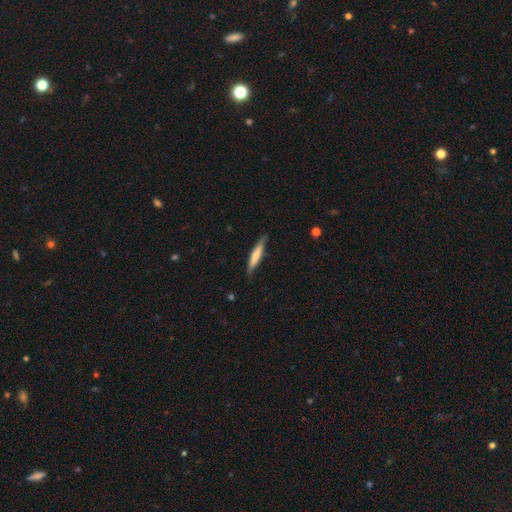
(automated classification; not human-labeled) Q: Smooth or featured?
A: smooth (61%); runner-up: featured or disk (34%)
Q: How rounded?
A: cigar-shaped (91%); runner-up: in between (7%)
Q: Merging?
A: none (82%); runner-up: minor disturbance (15%)